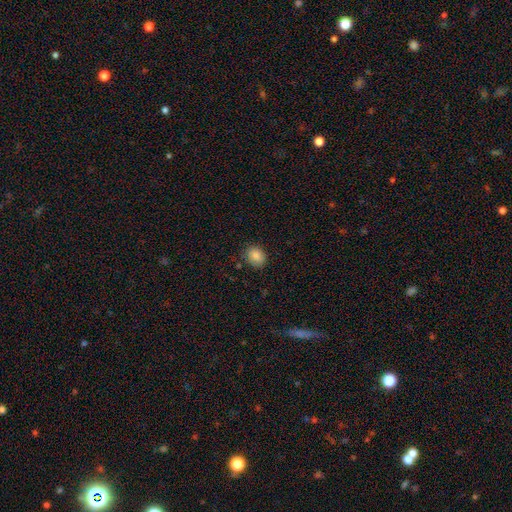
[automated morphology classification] A smooth galaxy with no disk features (86%) that is in between round and cigar-shaped (50%). Merging: none (83%).